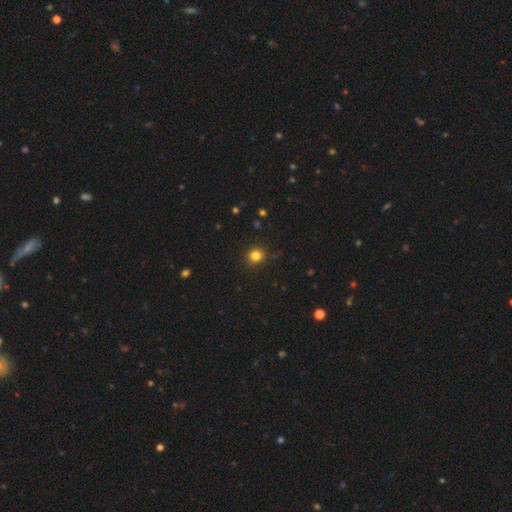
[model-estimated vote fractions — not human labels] Morphology: type=smooth (82%); roundness=round (86%); merging=none (91%).